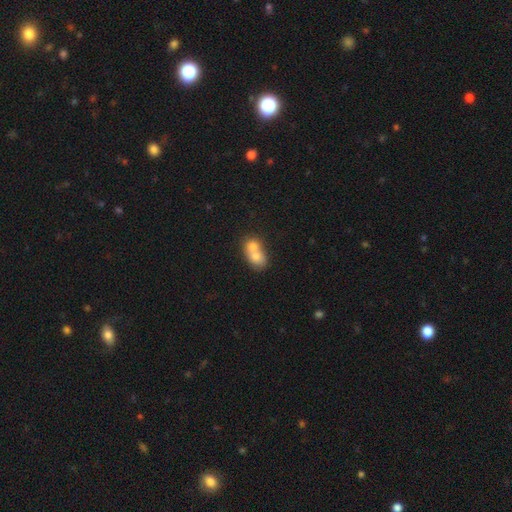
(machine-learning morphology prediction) This is likely a smooth galaxy (69%). How rounded: possibly in between (59%). Merging: likely merger (74%).